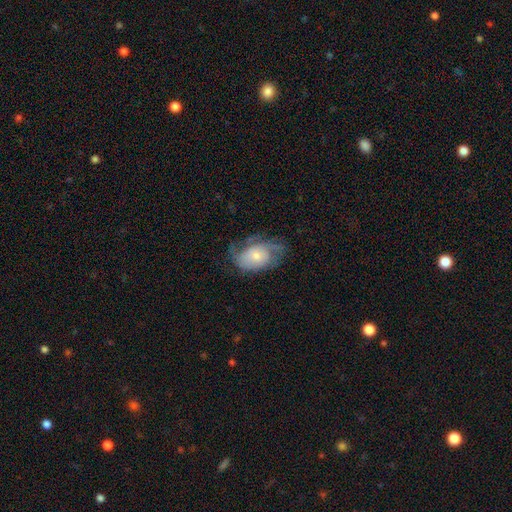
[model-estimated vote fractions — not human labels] Morphology: type=featured or disk (58%); edge-on=no (95%); bar=no (78%); spiral arms=yes (80%); bulge=small (49%); merging=none (50%).